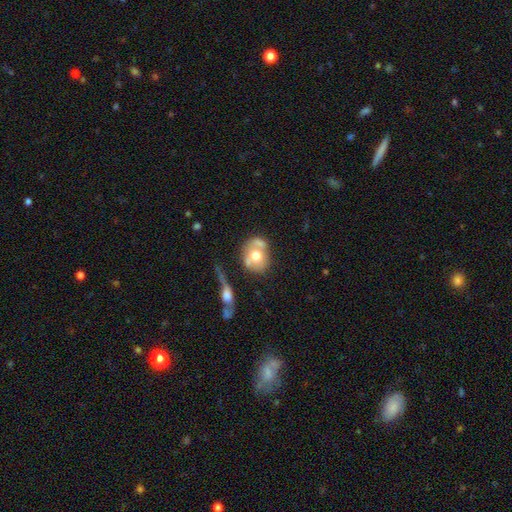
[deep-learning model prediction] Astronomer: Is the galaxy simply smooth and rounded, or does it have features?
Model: smooth — 55% (runner-up: featured or disk, 37%).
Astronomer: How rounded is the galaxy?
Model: round — 61% (runner-up: in between, 37%).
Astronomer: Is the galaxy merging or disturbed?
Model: none — 41% (runner-up: merger, 30%).